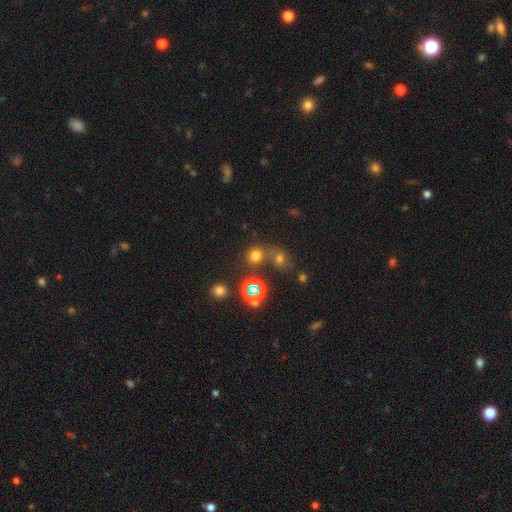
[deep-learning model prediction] smooth_or_featured: smooth (p=0.66) [alt: star or artifact p=0.27]
how_rounded: round (p=0.83) [alt: in between p=0.16]
merging: none (p=0.61) [alt: merger p=0.26]